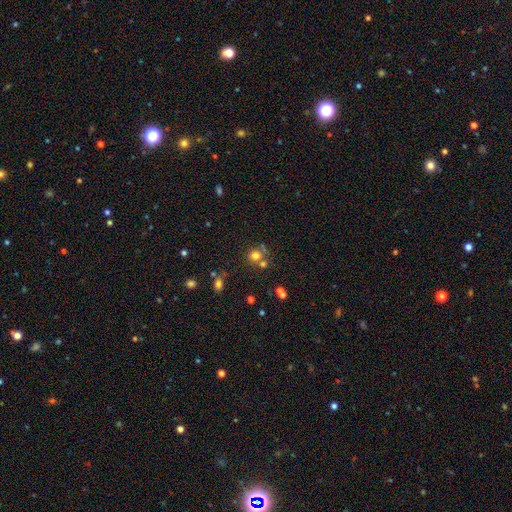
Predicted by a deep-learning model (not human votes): This is likely a smooth galaxy (71%). How rounded: clearly round (86%). Merging: possibly none (59%).